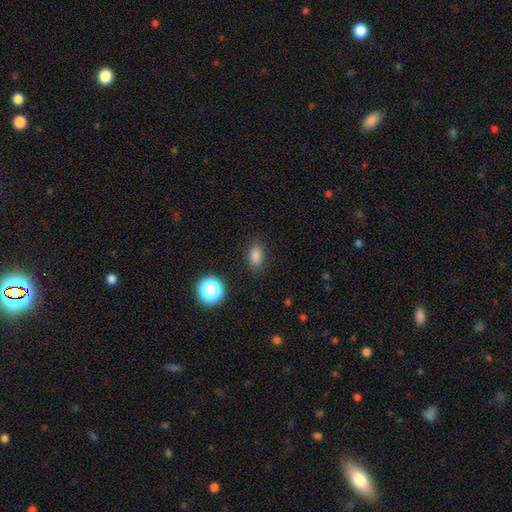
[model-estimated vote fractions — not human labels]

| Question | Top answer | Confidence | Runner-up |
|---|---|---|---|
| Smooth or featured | smooth | 83% | star or artifact (13%) |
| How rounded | in between | 83% | round (15%) |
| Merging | none | 83% | minor disturbance (12%) |